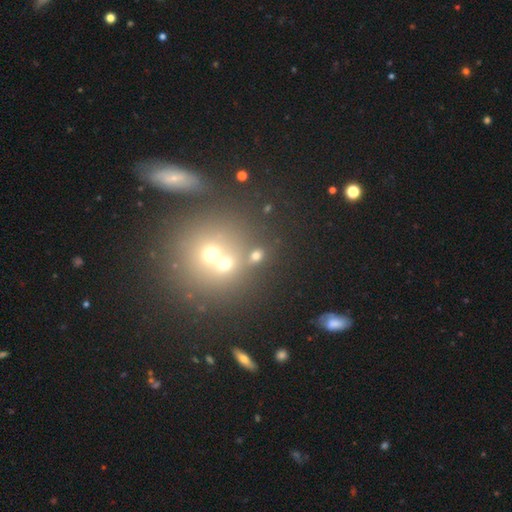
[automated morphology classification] Smooth or featured: smooth — 66% (star or artifact — 22%)
How rounded: round — 65% (in between — 33%)
Merging: none — 57% (merger — 31%)